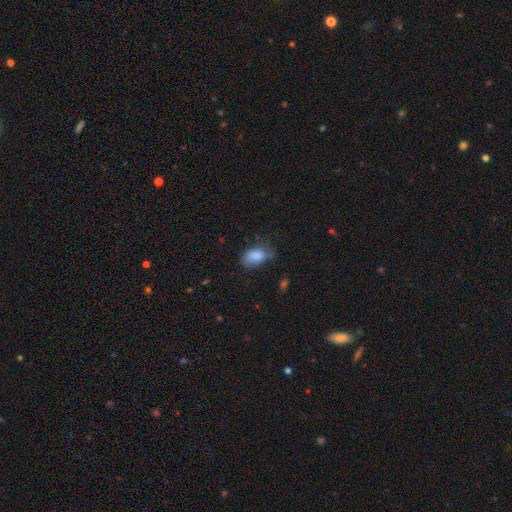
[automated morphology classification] Overall: smooth (83%). How rounded: in between (84%). Merging: none (47%; minor disturbance 35%).